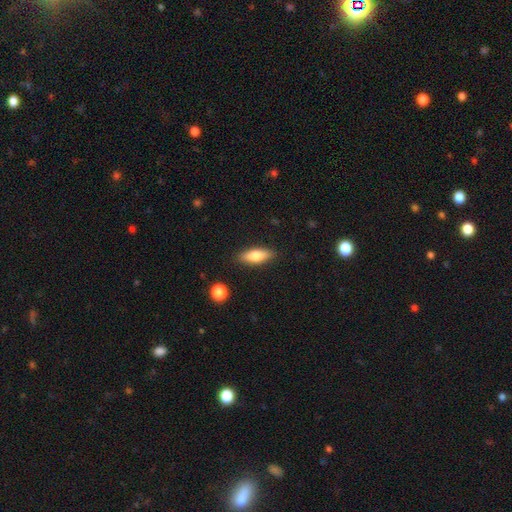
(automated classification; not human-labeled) Smooth or featured? Predicted: smooth (p=0.74). How rounded? Predicted: in between (p=0.66). Merging? Predicted: none (p=0.87).